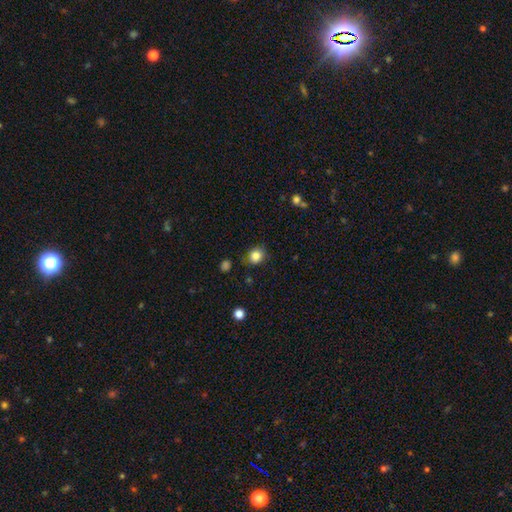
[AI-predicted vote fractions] smooth_or_featured: smooth (p=0.84) [alt: star or artifact p=0.11]
how_rounded: round (p=0.74) [alt: in between p=0.25]
merging: none (p=0.82) [alt: minor disturbance p=0.13]